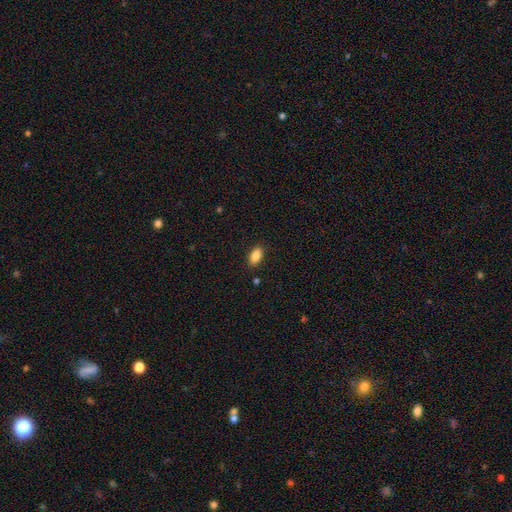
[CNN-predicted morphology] A smooth galaxy with no disk features (85%) that is in between round and cigar-shaped (90%). Merging: none (87%).